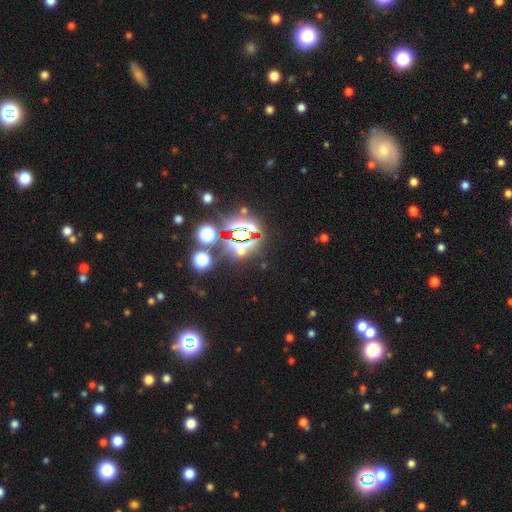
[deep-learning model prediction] A star or artifact, not a galaxy (80%).